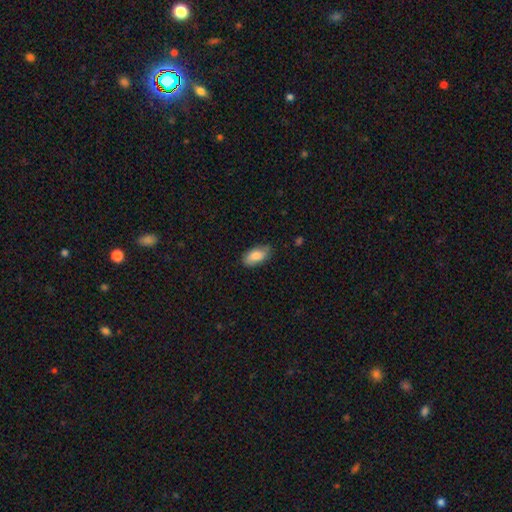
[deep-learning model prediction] Smooth or featured? smooth (85%)
How rounded? in between (91%)
Merging? none (81%)